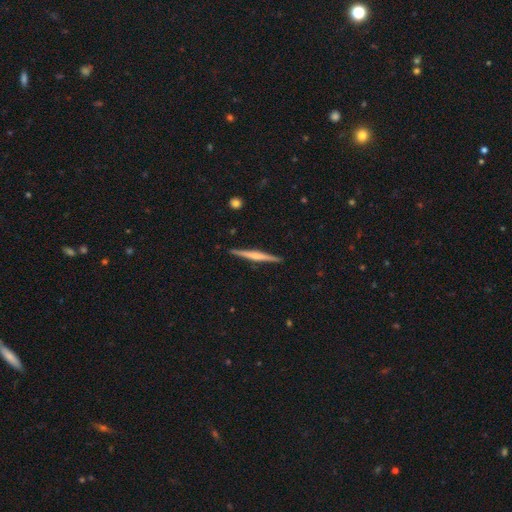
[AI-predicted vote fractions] Smooth or featured? Predicted: featured or disk (p=0.66). Edge-on disk? Predicted: yes (p=0.98). Edge-on bulge? Predicted: rounded (p=0.54). Merging? Predicted: none (p=0.91).